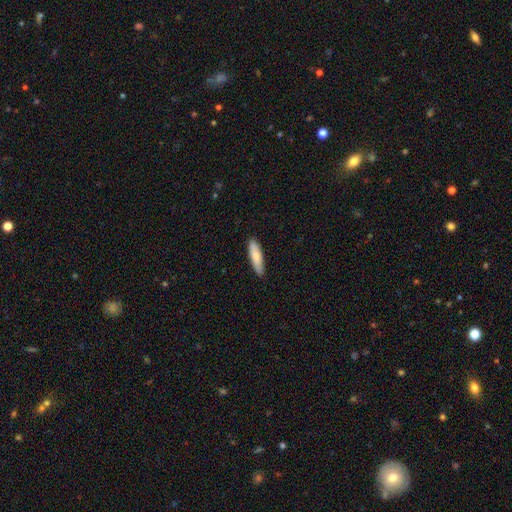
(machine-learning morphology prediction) This appears to be a smooth galaxy with no disk features (76%) that is cigar-shaped (68%). Merging: none (88%).